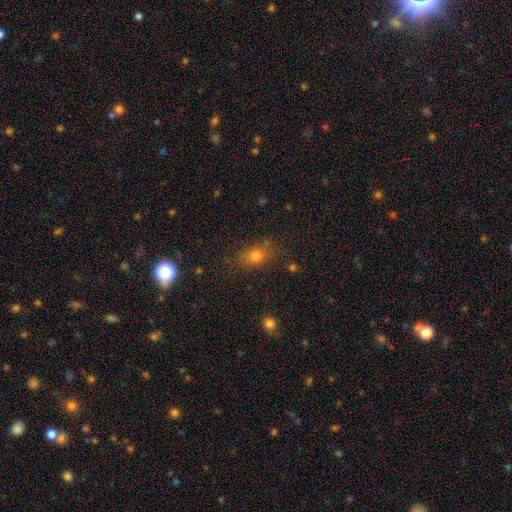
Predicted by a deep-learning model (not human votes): smooth_or_featured: smooth (p=0.73) [alt: star or artifact p=0.16]
how_rounded: in between (p=0.65) [alt: round p=0.31]
merging: none (p=0.78) [alt: minor disturbance p=0.15]